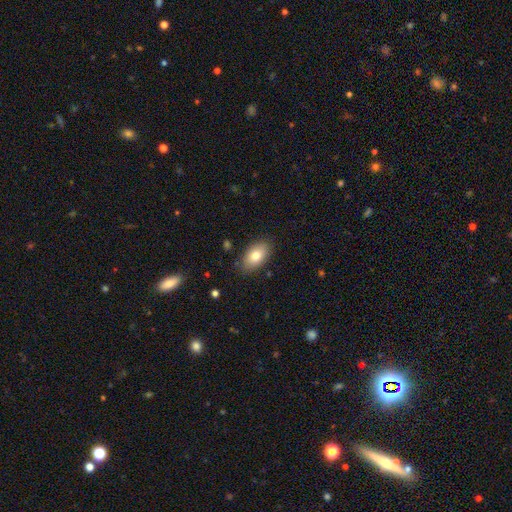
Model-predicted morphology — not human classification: Smooth or featured? smooth (79%)
How rounded? in between (93%)
Merging? none (85%)